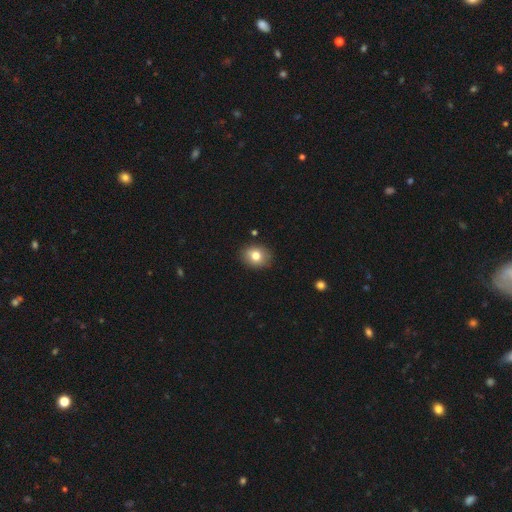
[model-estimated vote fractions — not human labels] This appears to be a smooth galaxy with no disk features (79%) that is round (53%). Merging: none (88%).